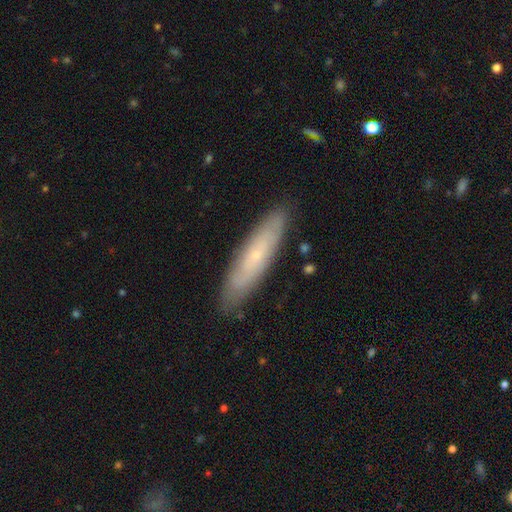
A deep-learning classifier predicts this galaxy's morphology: Smooth or featured? featured or disk (49%)
Merging? none (85%)